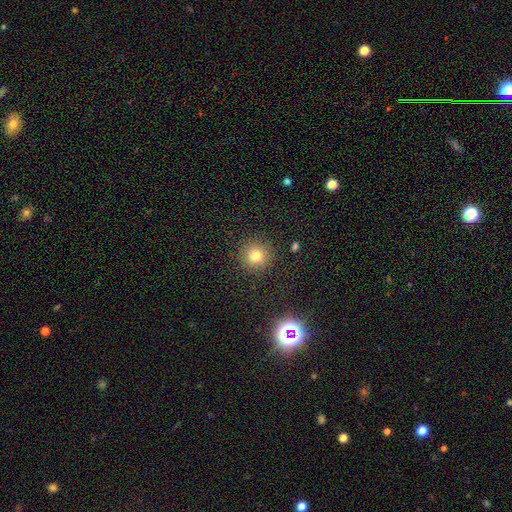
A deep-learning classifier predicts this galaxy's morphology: smooth_or_featured: smooth (p=0.77) [alt: star or artifact p=0.16]
how_rounded: round (p=0.95) [alt: in between p=0.04]
merging: none (p=0.90) [alt: minor disturbance p=0.06]